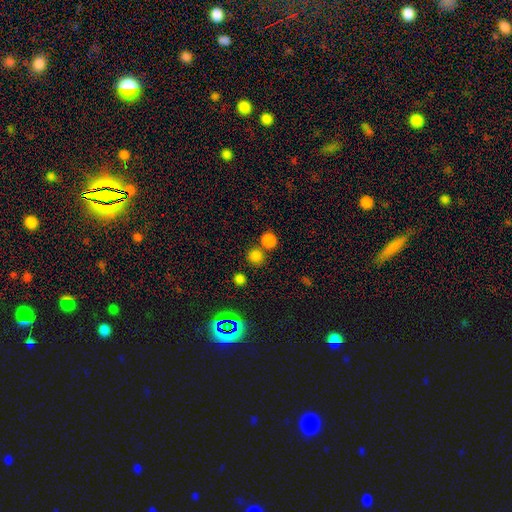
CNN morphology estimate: type=smooth (77%); roundness=round (91%); merging=none (69%).